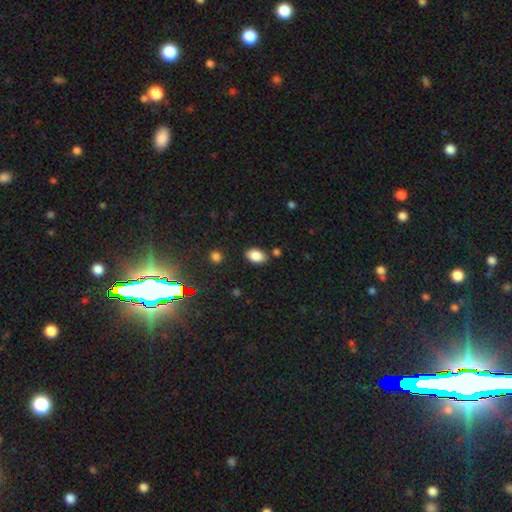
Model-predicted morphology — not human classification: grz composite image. It shows a smooth galaxy with no disk features (83%) that is in between round and cigar-shaped (88%). Merging: none (79%).